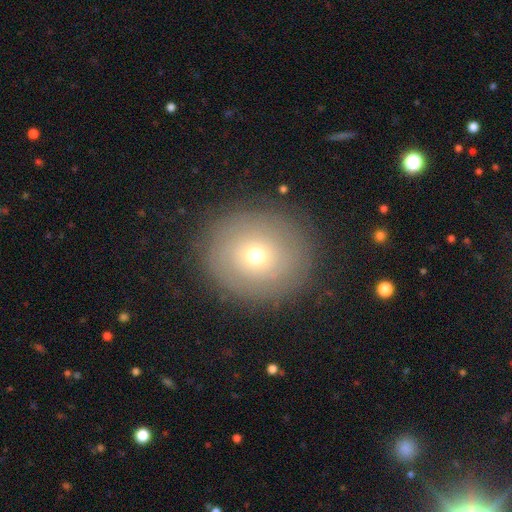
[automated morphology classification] type=smooth (50%); merging=none (86%).